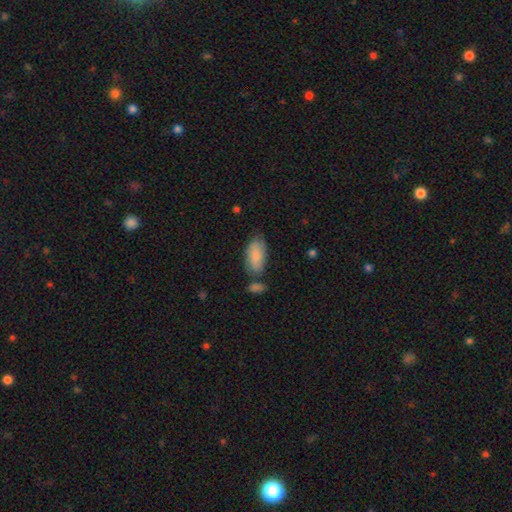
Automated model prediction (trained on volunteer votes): The model was most divided on "merging": none: 60%, minor disturbance: 21%, merger: 14%, major disturbance: 6%. More confident: how rounded — in between (92%); smooth or featured — smooth (81%).